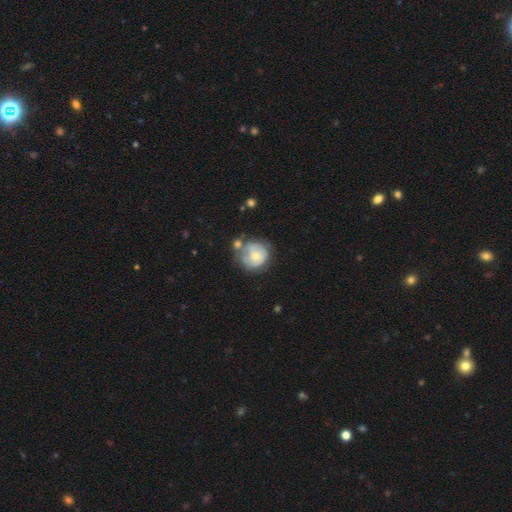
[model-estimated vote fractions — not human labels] Smooth or featured?
  - featured or disk: 55% *
  - smooth: 39%
  - star or artifact: 6%
Edge-on disk?
  - no: 98% *
  - yes: 2%
Bar?
  - no: 78% *
  - weak: 19%
  - strong: 3%
Spiral arms?
  - yes: 66% *
  - no: 34%
Bulge size?
  - moderate: 56% *
  - small: 35%
  - large: 5%
  - none: 3%
  - dominant: 1%
Merging?
  - none: 44% *
  - minor disturbance: 24%
  - merger: 20%
  - major disturbance: 12%